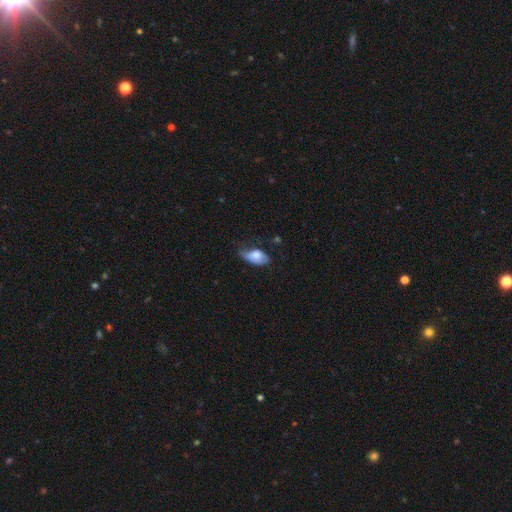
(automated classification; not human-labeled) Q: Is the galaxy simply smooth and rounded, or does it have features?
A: smooth — 73%.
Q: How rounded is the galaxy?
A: in between — 92%.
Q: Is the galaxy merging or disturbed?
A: minor disturbance — 42%.